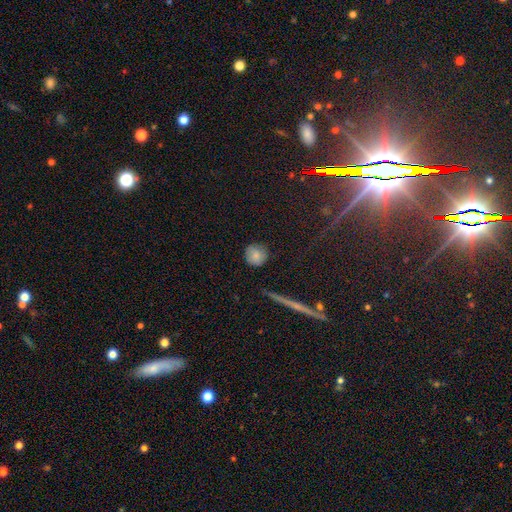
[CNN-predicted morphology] Q: Smooth or featured?
A: smooth (81%); runner-up: featured or disk (10%)
Q: How rounded?
A: round (90%); runner-up: in between (8%)
Q: Merging?
A: none (81%); runner-up: minor disturbance (14%)